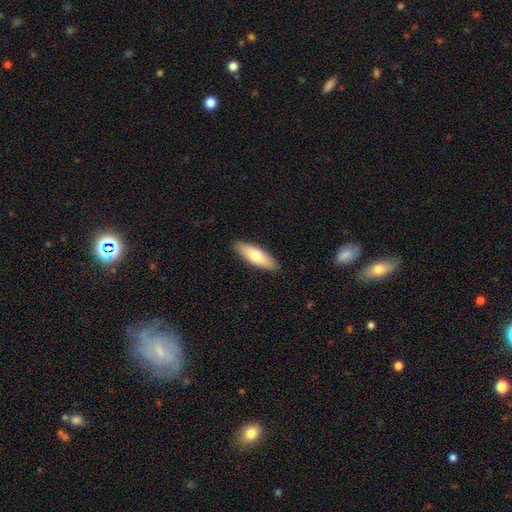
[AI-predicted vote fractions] Smooth or featured: smooth — 73% (featured or disk — 21%)
How rounded: in between — 59% (cigar-shaped — 39%)
Merging: none — 89% (minor disturbance — 9%)